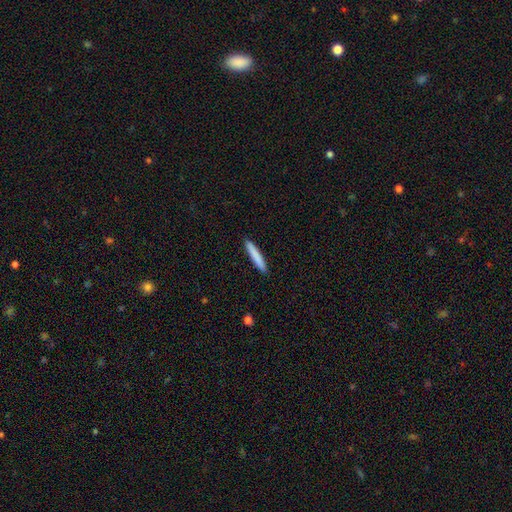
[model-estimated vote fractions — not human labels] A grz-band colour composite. It shows a smooth galaxy with no disk features (83%) that is cigar-shaped (95%). Merging: none (92%).